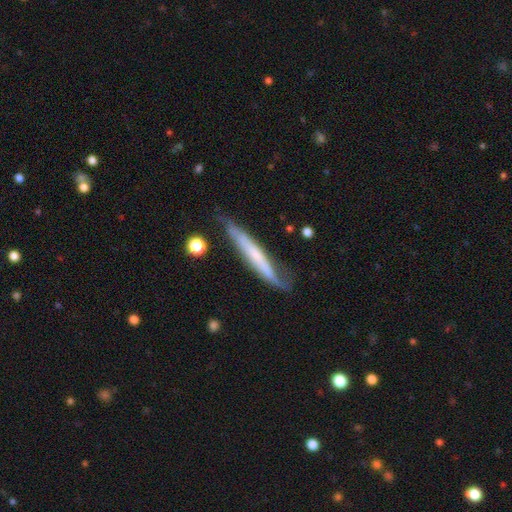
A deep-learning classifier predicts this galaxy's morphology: smooth-or-featured: featured or disk: 51% | smooth: 43% | star or artifact: 6%
  disk-edge-on: yes: 81% | no: 19%
  merging: none: 63% | minor disturbance: 26% | major disturbance: 8% | merger: 3%